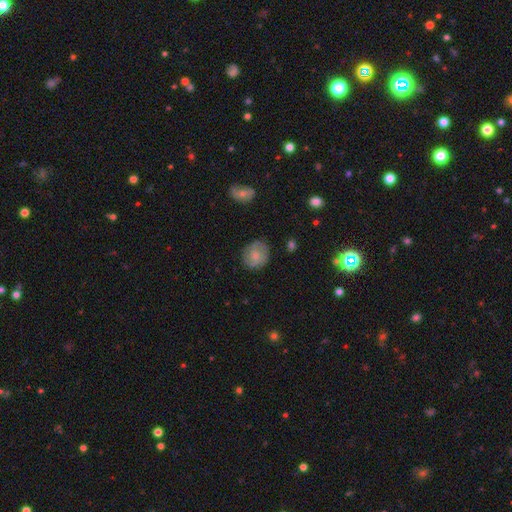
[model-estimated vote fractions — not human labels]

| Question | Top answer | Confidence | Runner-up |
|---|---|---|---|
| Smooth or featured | smooth | 66% | featured or disk (26%) |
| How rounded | round | 72% | in between (27%) |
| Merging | none | 75% | minor disturbance (18%) |